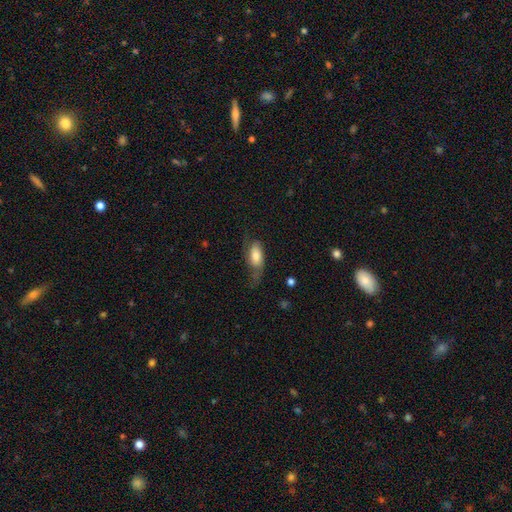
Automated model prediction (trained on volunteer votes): This appears to be a smooth galaxy with no disk features (60%) that is in between round and cigar-shaped (86%). Merging: none (38%).